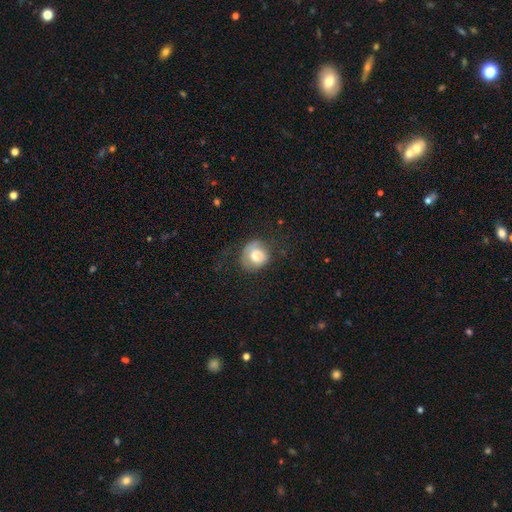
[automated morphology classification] smooth-or-featured: smooth: 64% | featured or disk: 27% | star or artifact: 8%
  how-rounded: round: 80% | in between: 19% | cigar-shaped: 1%
  merging: none: 55% | minor disturbance: 25% | major disturbance: 19% | merger: 2%